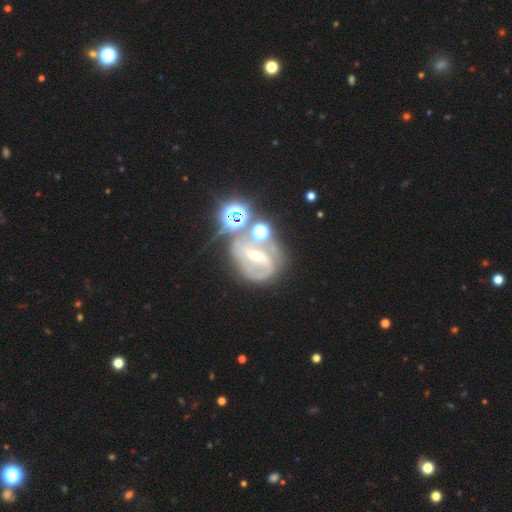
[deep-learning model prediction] Morphology: type=featured or disk (69%); edge-on=no (97%); bar=strong (44%); spiral arms=yes (83%); winding=medium (44%); arm count=2 (64%); bulge=small (49%); merging=none (48%).